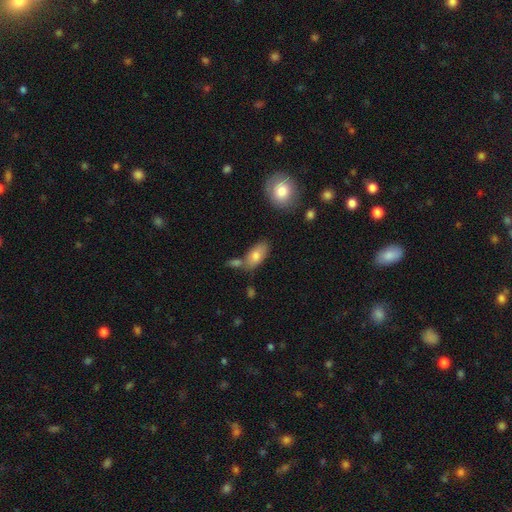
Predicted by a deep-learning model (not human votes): Q: Smooth or featured?
A: smooth (78%); runner-up: featured or disk (15%)
Q: How rounded?
A: in between (91%); runner-up: cigar-shaped (5%)
Q: Merging?
A: none (60%); runner-up: merger (20%)